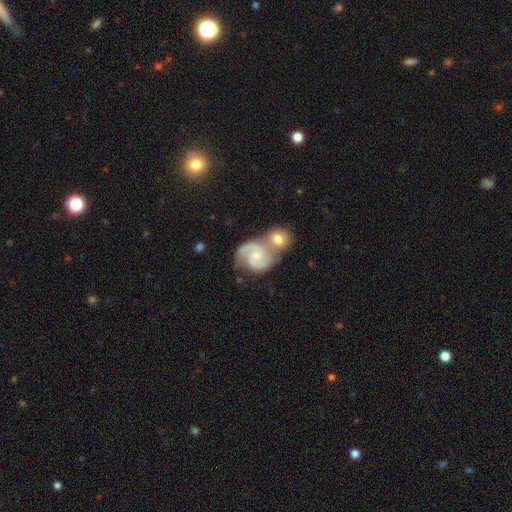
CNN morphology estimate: This appears to be a featured or disk galaxy (86%) with no bar (61%), 2 (91%) medium (55%) spiral arms (97%) and a small central bulge (57%). Merging: merger (56%).